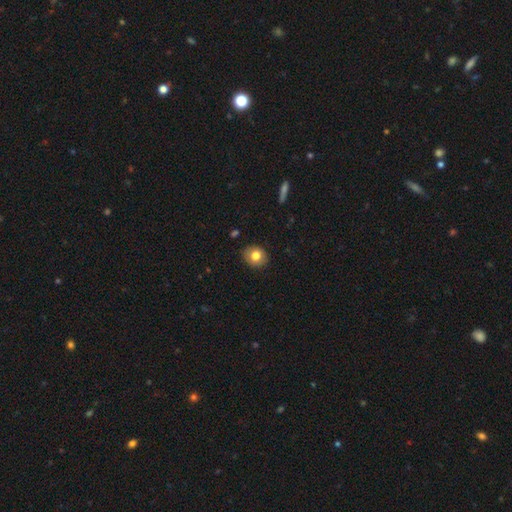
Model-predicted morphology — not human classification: A smooth galaxy with no disk features (79%) that is round (68%).

Vote fractions:
- Smooth or featured? smooth: 79% / featured or disk: 12% / star or artifact: 9%
- How rounded? round: 68% / in between: 31% / cigar-shaped: 1%
- Merging? none: 88% / minor disturbance: 9% / major disturbance: 2% / merger: 1%